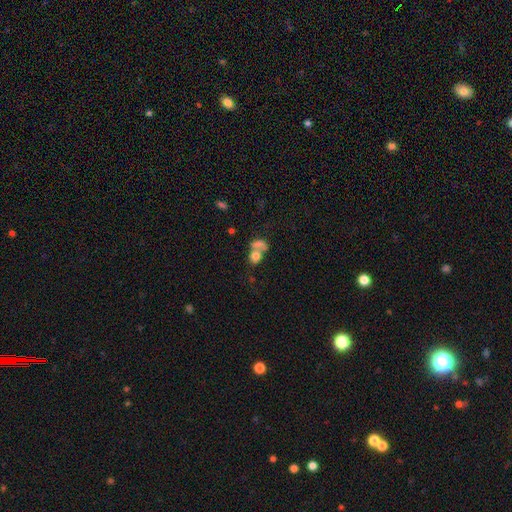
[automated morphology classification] Smooth or featured? Predicted: smooth (p=0.73). How rounded? Predicted: round (p=0.52). Merging? Predicted: merger (p=0.60).